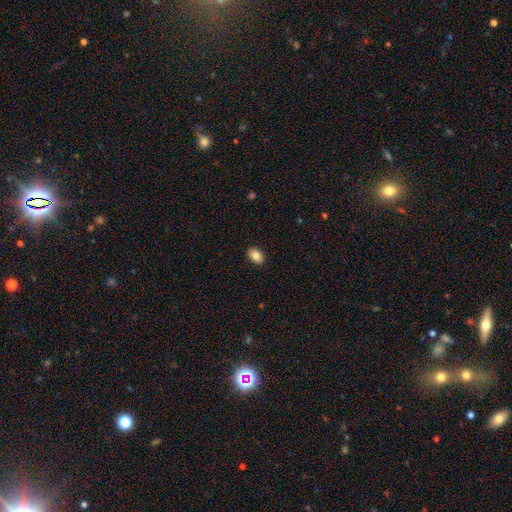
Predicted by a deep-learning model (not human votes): Morphology: type=smooth (86%); roundness=in between (88%); merging=none (89%).